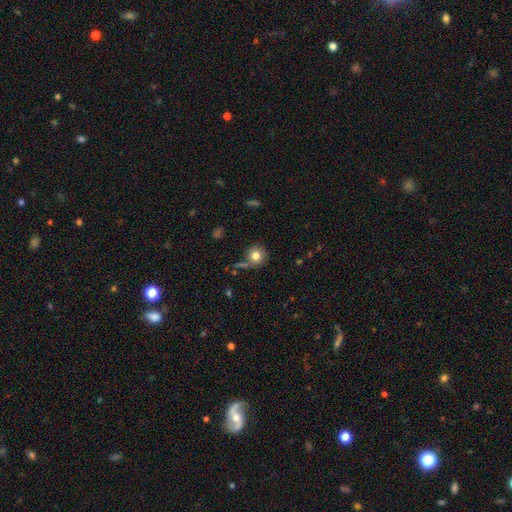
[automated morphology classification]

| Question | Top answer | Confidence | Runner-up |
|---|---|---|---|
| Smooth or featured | smooth | 79% | star or artifact (11%) |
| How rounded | round | 91% | in between (8%) |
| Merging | none | 70% | minor disturbance (16%) |